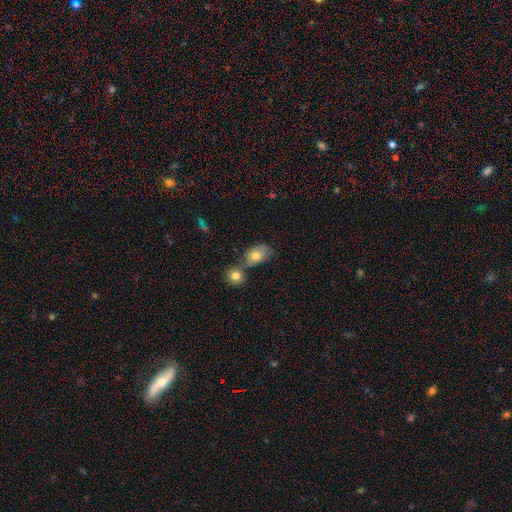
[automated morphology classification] Smooth or featured? smooth (74%)
How rounded? in between (74%)
Merging? merger (43%)